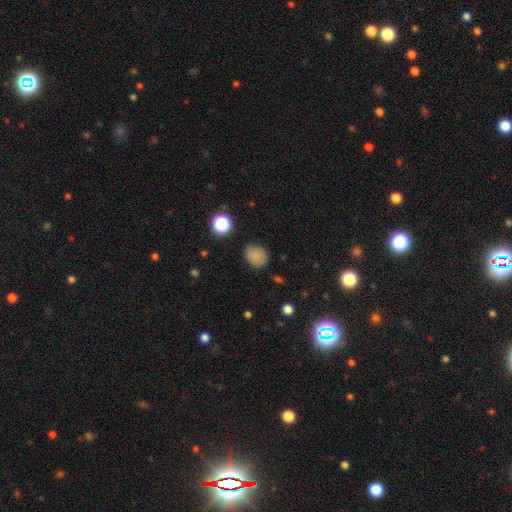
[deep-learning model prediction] Overall: smooth (80%). How rounded: round (64%; in between 35%). Merging: none (78%).